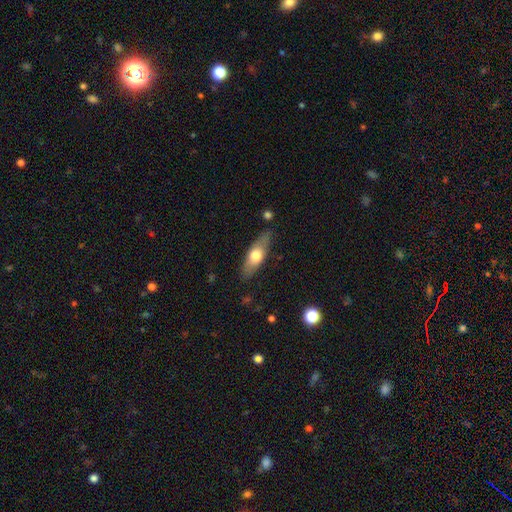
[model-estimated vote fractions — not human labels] smooth-or-featured: smooth: 56% | featured or disk: 39% | star or artifact: 6%
  how-rounded: in between: 57% | cigar-shaped: 40% | round: 3%
  merging: none: 80% | minor disturbance: 14% | major disturbance: 3% | merger: 2%